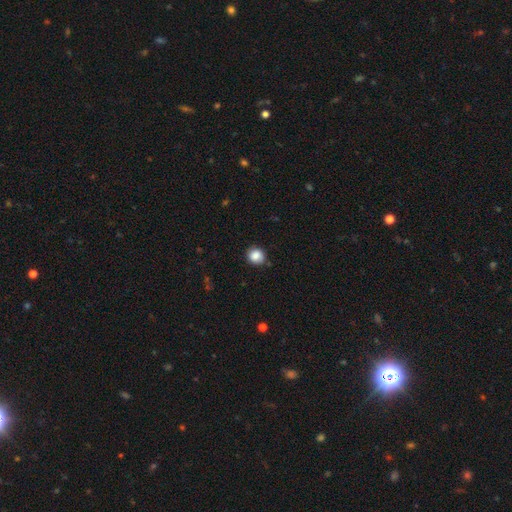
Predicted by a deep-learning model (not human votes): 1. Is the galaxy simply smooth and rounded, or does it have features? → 86% smooth, 10% star or artifact, 5% featured or disk.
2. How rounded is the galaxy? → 85% round, 14% in between, 1% cigar-shaped.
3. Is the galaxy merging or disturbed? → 84% none, 12% minor disturbance, 2% major disturbance, 2% merger.